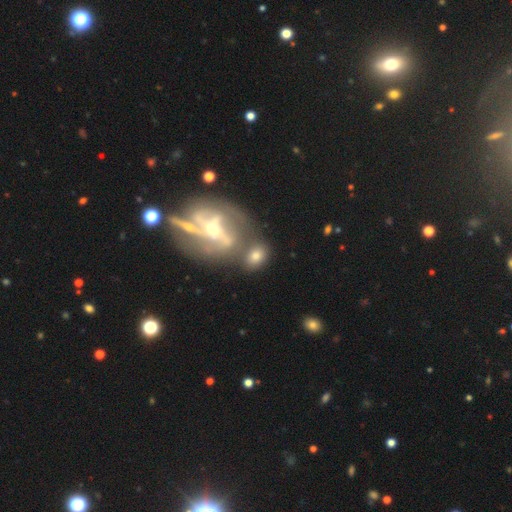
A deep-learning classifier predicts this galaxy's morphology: smooth_or_featured: smooth (p=0.57) [alt: featured or disk p=0.32]
how_rounded: in between (p=0.53) [alt: round p=0.44]
merging: none (p=0.54) [alt: merger p=0.25]